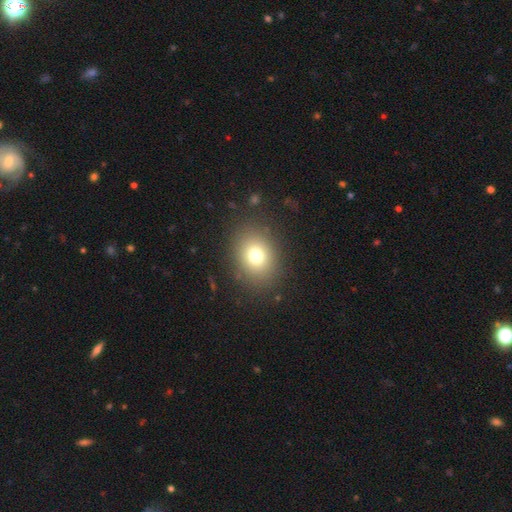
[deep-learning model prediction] The model was most divided on "how rounded": round: 54%, in between: 45%, cigar-shaped: 1%. More confident: merging — none (86%); smooth or featured — smooth (75%).